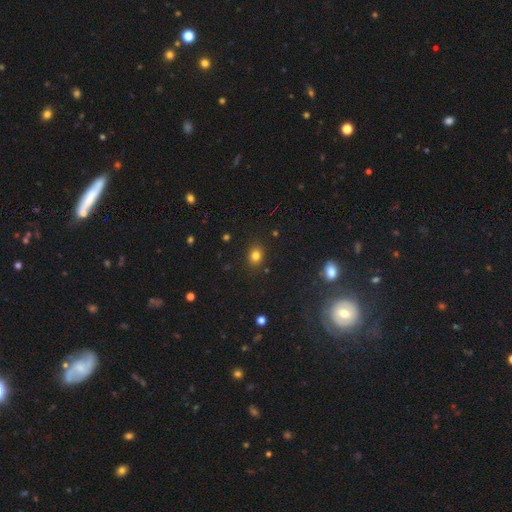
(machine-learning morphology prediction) A smooth galaxy with no disk features (79%) that is round (58%). Merging: none (88%).